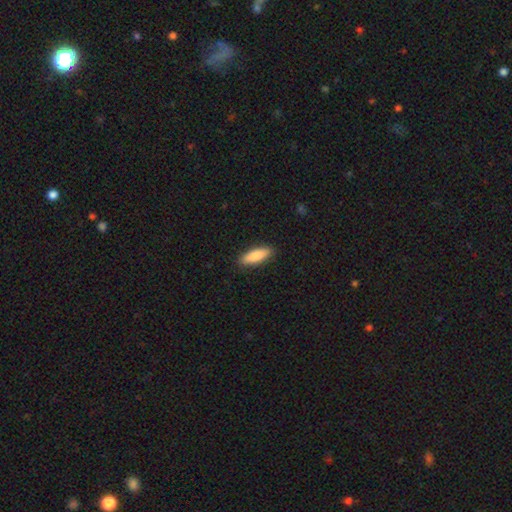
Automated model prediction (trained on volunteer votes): Smooth or featured: smooth — 85% (featured or disk — 9%)
How rounded: in between — 52% (cigar-shaped — 46%)
Merging: none — 89% (minor disturbance — 8%)